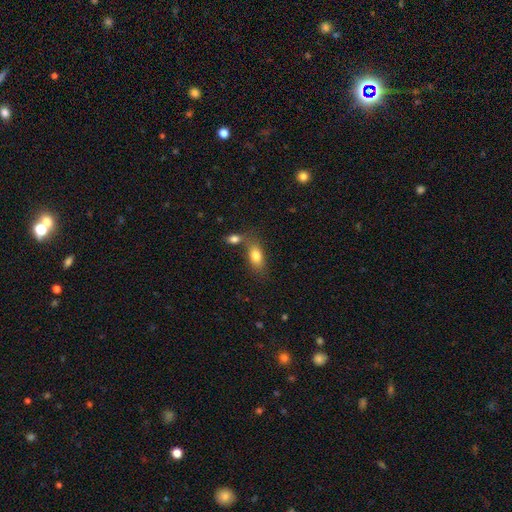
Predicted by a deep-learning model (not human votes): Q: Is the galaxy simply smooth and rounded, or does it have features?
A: smooth — 80%.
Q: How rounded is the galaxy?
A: in between — 86%.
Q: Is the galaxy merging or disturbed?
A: none — 54%.